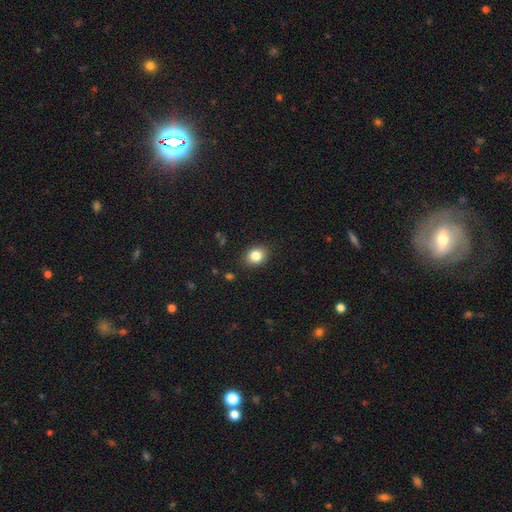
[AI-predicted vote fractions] A smooth galaxy with no disk features (83%) that is round (52%).

Vote fractions:
- Smooth or featured? smooth: 83% / star or artifact: 10% / featured or disk: 7%
- How rounded? round: 52% / in between: 48% / cigar-shaped: 1%
- Merging? none: 88% / minor disturbance: 9% / major disturbance: 2% / merger: 1%